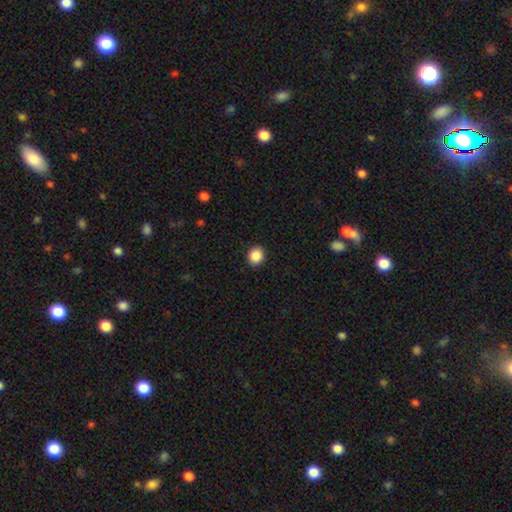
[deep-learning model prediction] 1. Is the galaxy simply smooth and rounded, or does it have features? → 88% smooth, 9% star or artifact, 3% featured or disk.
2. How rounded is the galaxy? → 86% round, 13% in between, 1% cigar-shaped.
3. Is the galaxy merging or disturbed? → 92% none, 5% minor disturbance, 2% major disturbance, 1% merger.